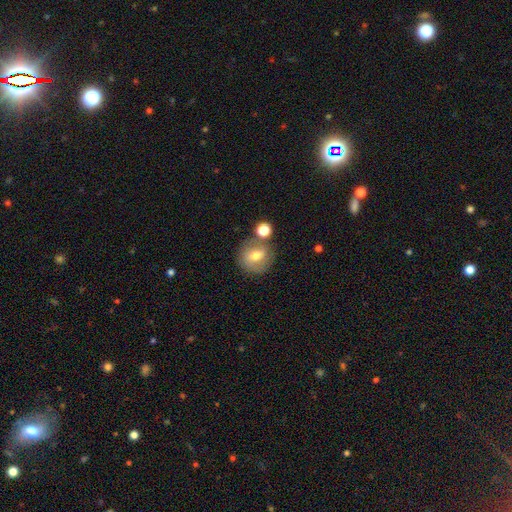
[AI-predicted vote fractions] Smooth or featured? smooth (63%)
How rounded? round (81%)
Merging? none (65%)